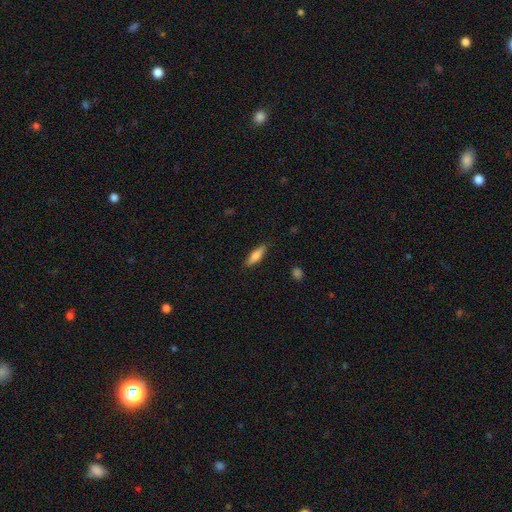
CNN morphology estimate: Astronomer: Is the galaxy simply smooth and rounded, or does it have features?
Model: smooth — 75%.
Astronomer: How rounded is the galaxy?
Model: cigar-shaped — 60% (runner-up: in between, 38%).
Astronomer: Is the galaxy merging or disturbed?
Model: none — 86%.